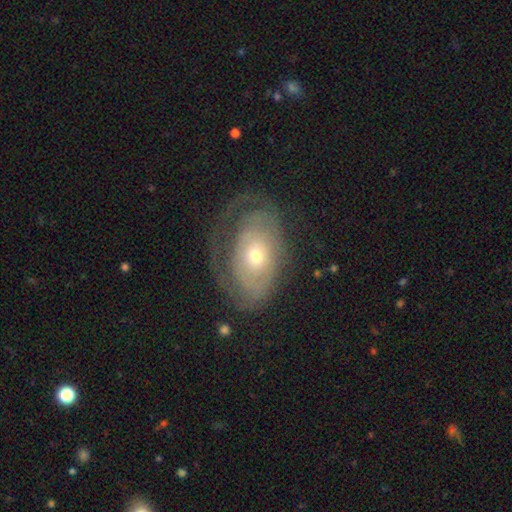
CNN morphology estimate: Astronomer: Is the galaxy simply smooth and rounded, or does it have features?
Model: featured or disk — 67%.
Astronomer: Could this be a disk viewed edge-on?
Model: no — 93%.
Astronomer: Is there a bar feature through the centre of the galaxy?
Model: no — 83%.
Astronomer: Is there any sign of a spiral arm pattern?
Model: yes — 65%.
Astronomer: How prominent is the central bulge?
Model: small — 51% (runner-up: moderate, 44%).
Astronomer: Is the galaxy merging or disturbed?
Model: none — 54%.